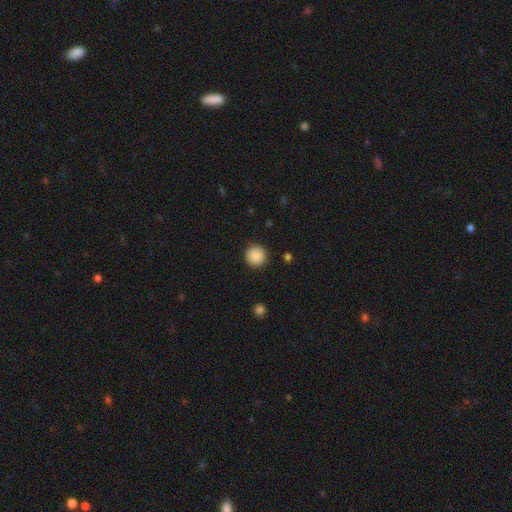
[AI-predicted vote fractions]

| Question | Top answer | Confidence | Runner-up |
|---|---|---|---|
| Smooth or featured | smooth | 89% | star or artifact (9%) |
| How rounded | round | 96% | in between (3%) |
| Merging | none | 92% | minor disturbance (5%) |